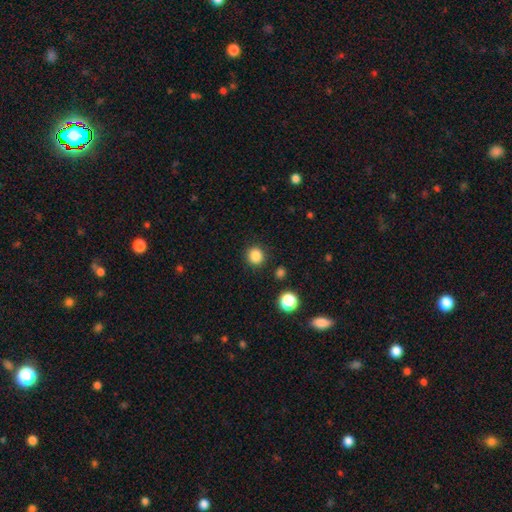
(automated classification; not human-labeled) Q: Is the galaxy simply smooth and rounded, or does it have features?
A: smooth — 85%.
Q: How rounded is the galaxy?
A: round — 92%.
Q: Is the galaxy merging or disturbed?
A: none — 89%.